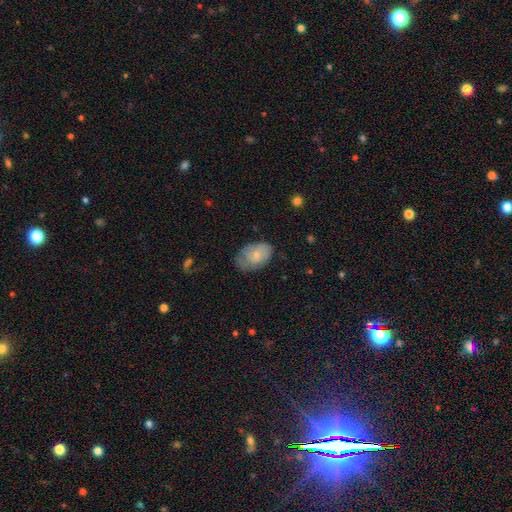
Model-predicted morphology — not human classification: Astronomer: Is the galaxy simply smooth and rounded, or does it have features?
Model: smooth — 69%.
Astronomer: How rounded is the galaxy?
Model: in between — 87%.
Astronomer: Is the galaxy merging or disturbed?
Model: none — 53% (runner-up: minor disturbance, 34%).